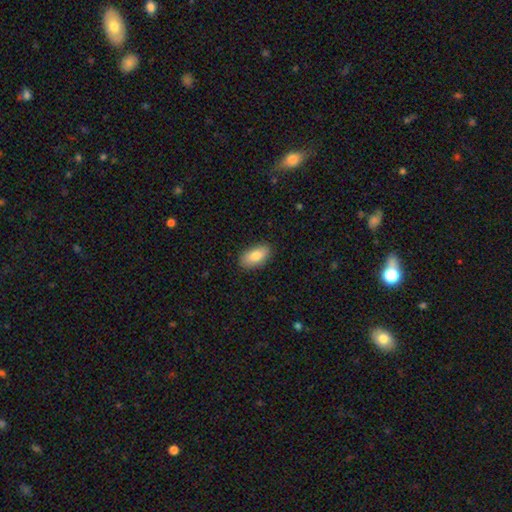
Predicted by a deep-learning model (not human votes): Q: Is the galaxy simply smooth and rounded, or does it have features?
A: smooth — 82%.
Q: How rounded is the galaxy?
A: in between — 92%.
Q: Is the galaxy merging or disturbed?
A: none — 87%.